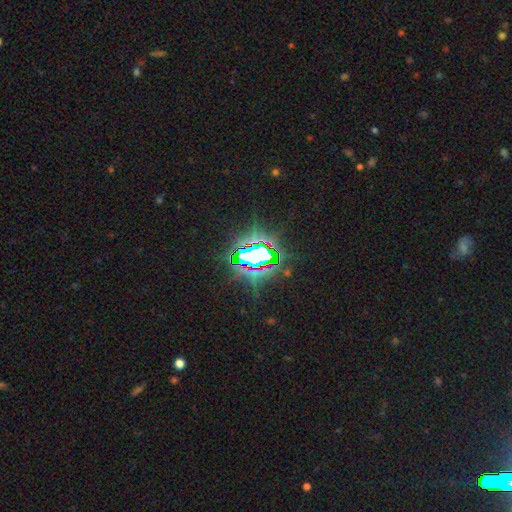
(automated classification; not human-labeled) star or artifact 78%, smooth 12%, featured or disk 10%.